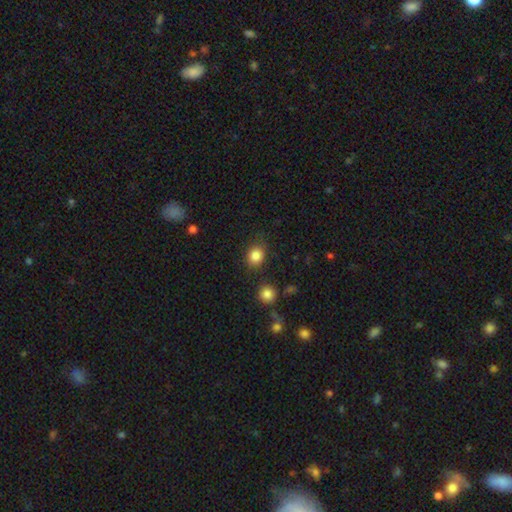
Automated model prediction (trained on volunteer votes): Q: Smooth or featured?
A: smooth (85%); runner-up: star or artifact (10%)
Q: How rounded?
A: round (64%); runner-up: in between (35%)
Q: Merging?
A: none (79%); runner-up: minor disturbance (13%)